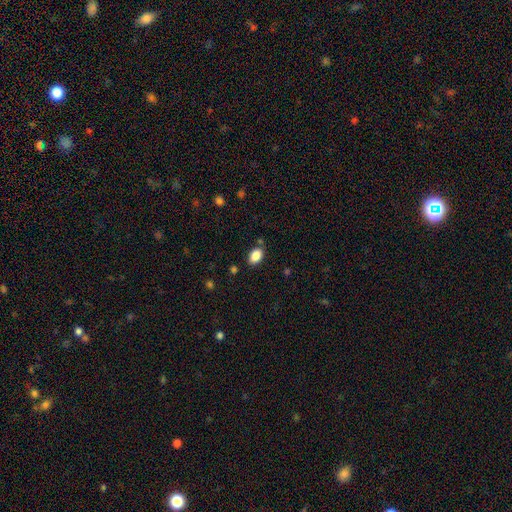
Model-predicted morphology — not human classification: Smooth or featured: smooth — 88% (star or artifact — 8%)
How rounded: in between — 88% (round — 11%)
Merging: none — 83% (minor disturbance — 11%)